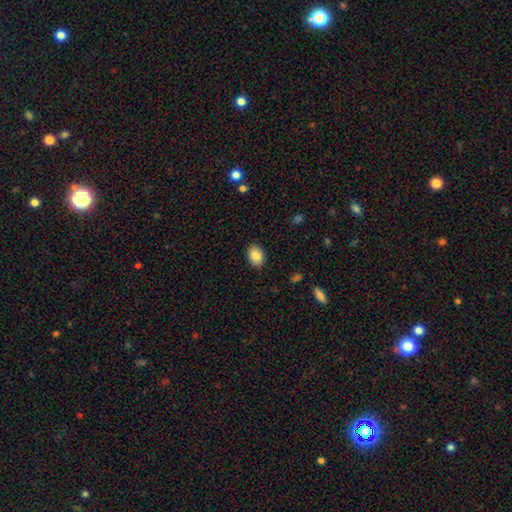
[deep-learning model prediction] A smooth galaxy with no disk features (86%) that is in between round and cigar-shaped (77%). Merging: none (89%).